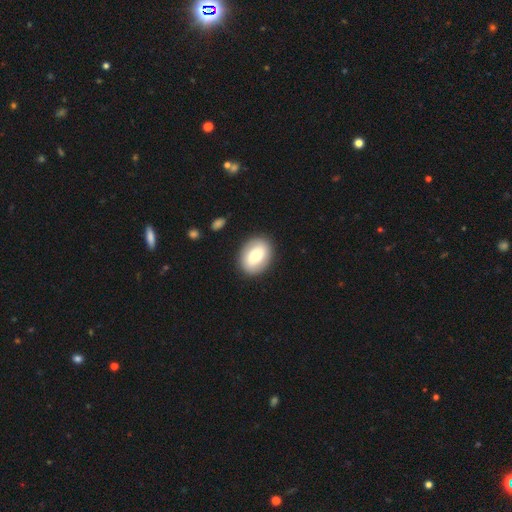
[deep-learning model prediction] This is likely a smooth galaxy (69%). How rounded: likely in between (68%). Merging: clearly none (87%).